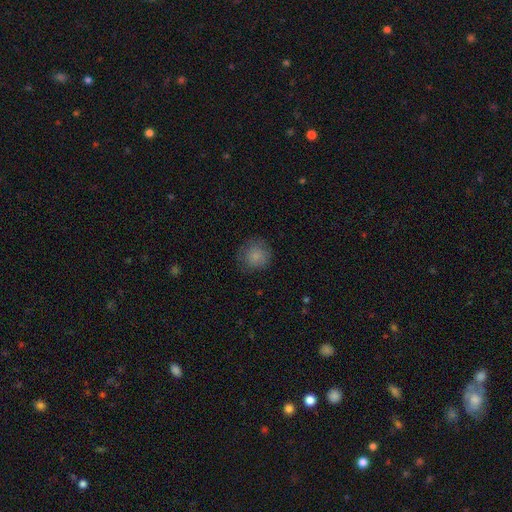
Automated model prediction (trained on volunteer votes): Smooth or featured?
  - smooth: 83% *
  - star or artifact: 9%
  - featured or disk: 8%
How rounded?
  - round: 90% *
  - in between: 9%
  - cigar-shaped: 1%
Merging?
  - none: 76% *
  - minor disturbance: 17%
  - major disturbance: 6%
  - merger: 1%